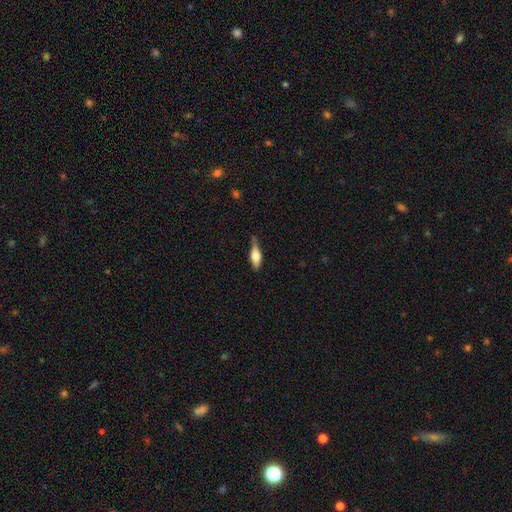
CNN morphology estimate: smooth-or-featured: featured or disk: 48% | smooth: 46% | star or artifact: 7%
  merging: none: 67% | minor disturbance: 24% | major disturbance: 6% | merger: 3%